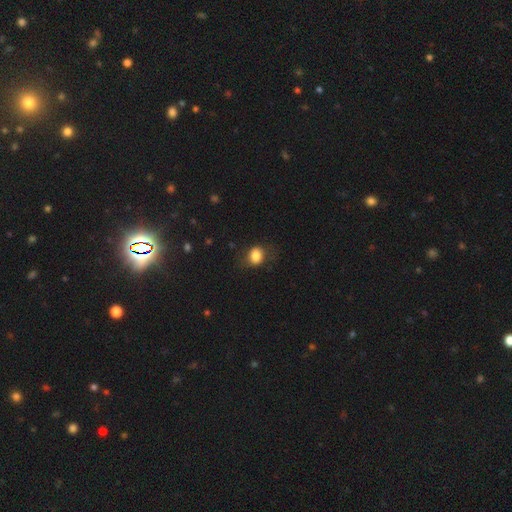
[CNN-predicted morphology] type=smooth (82%); roundness=round (50%); merging=none (68%).